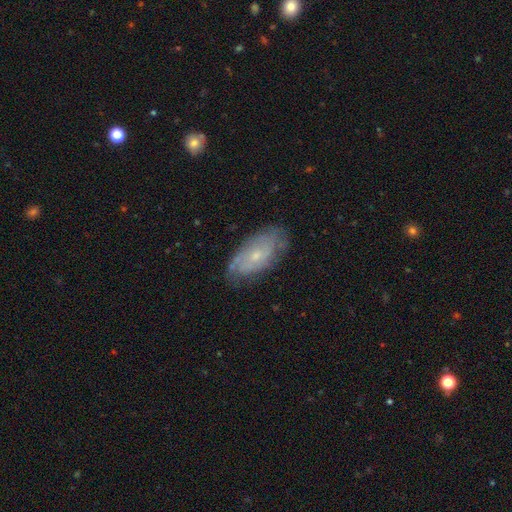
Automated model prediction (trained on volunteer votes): featured or disk 60%, smooth 31%, star or artifact 8%. Down the decision tree: edge-on disk — no (90%); bar — no (75%); spiral arms — yes (77%); bulge size — small (68%); merging — none (74%).